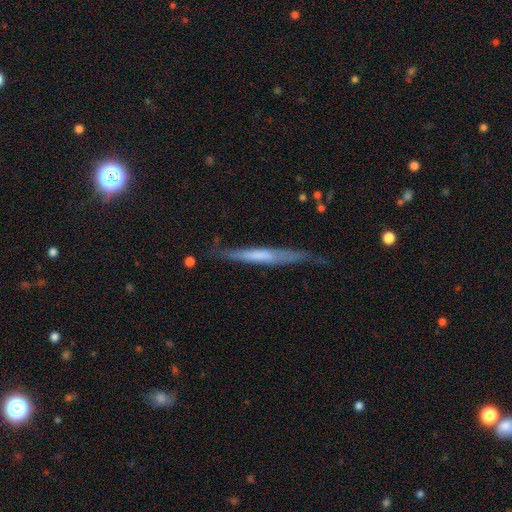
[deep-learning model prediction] Overall: featured or disk (53%; smooth 41%). Edge-on disk: yes (90%). Merging: none (68%).